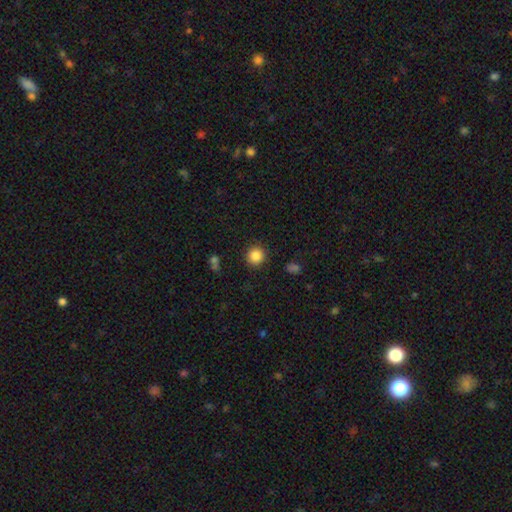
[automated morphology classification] This appears to be a smooth galaxy with no disk features (86%) that is round (92%). Merging: none (89%).